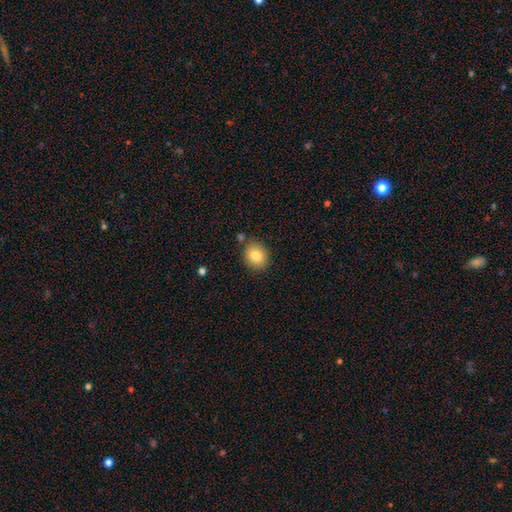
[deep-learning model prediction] smooth 82%, star or artifact 9%, featured or disk 9%. Down the decision tree: how rounded — round (74%); merging — none (84%).